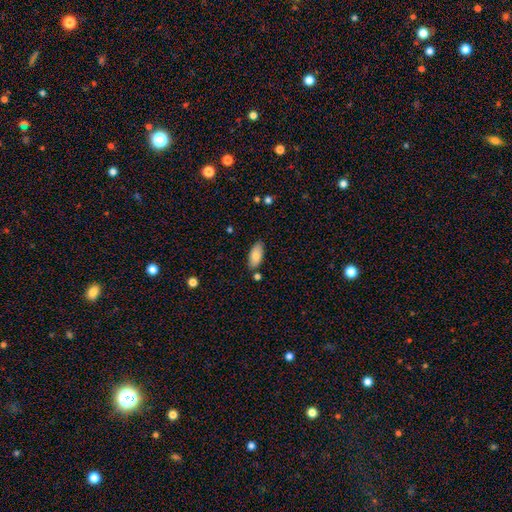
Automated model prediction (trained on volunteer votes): smooth 85%, featured or disk 9%, star or artifact 7%. Down the decision tree: how rounded — in between (90%); merging — none (80%).